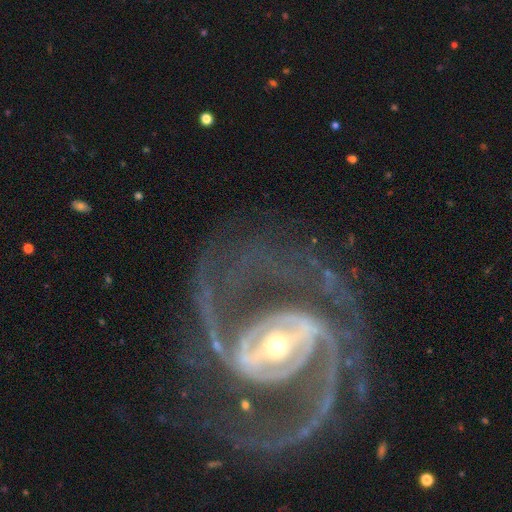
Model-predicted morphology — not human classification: This is clearly a featured or disk galaxy (92%). It is clearly not viewed edge-on (97%). Bar: likely strong (62%). Spiral arm pattern: clearly yes (97%). Spiral arm count: likely 2 (79%). Spiral winding: possibly medium (56%). Central bulge: possibly small (47%). Merging: likely none (66%).